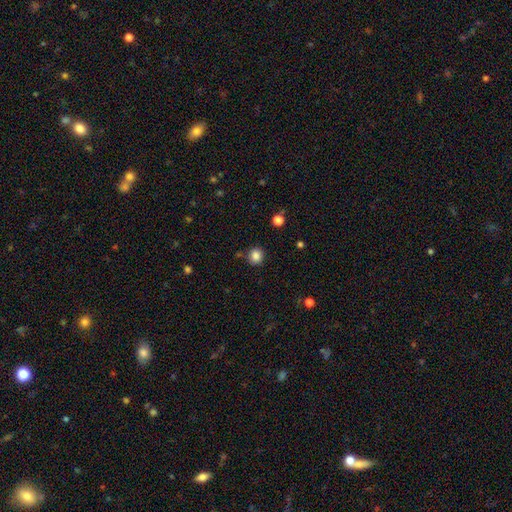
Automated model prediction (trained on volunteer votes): smooth-or-featured: smooth: 85% | star or artifact: 11% | featured or disk: 4%
  how-rounded: round: 83% | in between: 16% | cigar-shaped: 1%
  merging: none: 84% | minor disturbance: 9% | merger: 3% | major disturbance: 3%